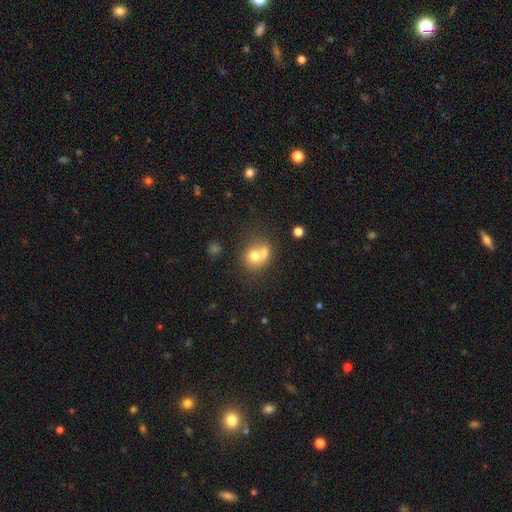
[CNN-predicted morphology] Overall: smooth (69%). How rounded: round (71%). Merging: merger (58%; none 29%).